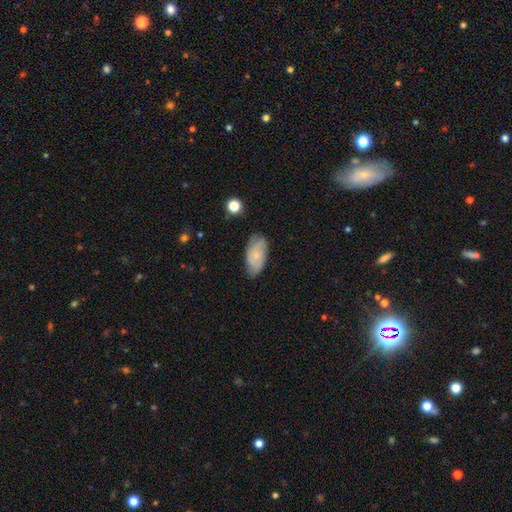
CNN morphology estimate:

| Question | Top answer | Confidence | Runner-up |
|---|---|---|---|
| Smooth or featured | smooth | 52% | featured or disk (41%) |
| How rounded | in between | 93% | round (4%) |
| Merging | none | 73% | minor disturbance (21%) |